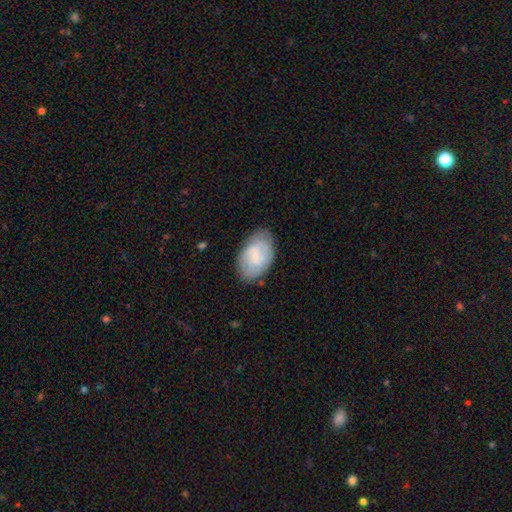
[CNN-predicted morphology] Smooth or featured?
  - smooth: 52% *
  - featured or disk: 42%
  - star or artifact: 6%
How rounded?
  - in between: 91% *
  - round: 7%
  - cigar-shaped: 1%
Merging?
  - none: 75% *
  - minor disturbance: 19%
  - major disturbance: 4%
  - merger: 2%